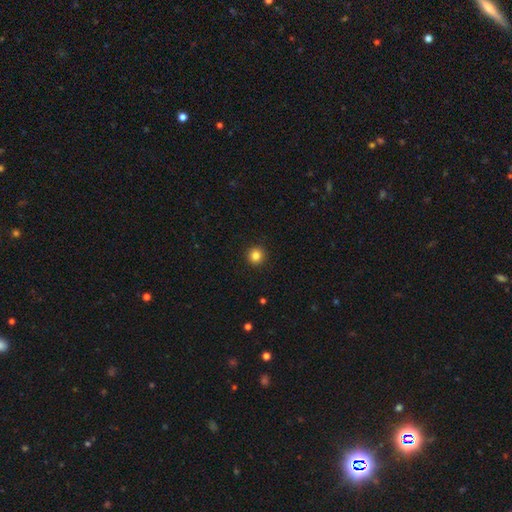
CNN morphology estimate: Smooth or featured: smooth — 84% (star or artifact — 11%)
How rounded: round — 95% (in between — 4%)
Merging: none — 93% (minor disturbance — 4%)